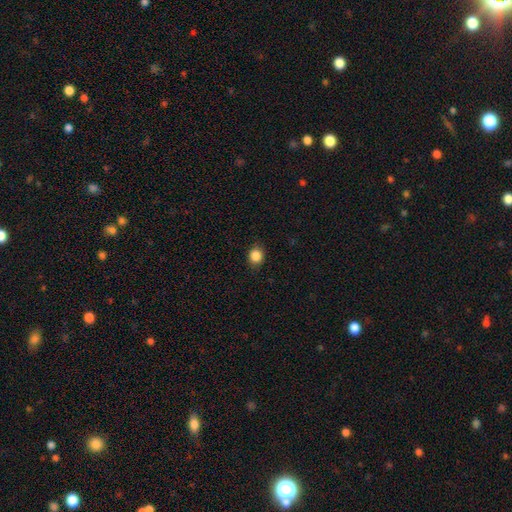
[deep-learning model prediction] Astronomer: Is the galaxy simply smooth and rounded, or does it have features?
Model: smooth — 86%.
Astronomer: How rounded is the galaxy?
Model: round — 77%.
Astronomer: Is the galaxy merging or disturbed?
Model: none — 87%.